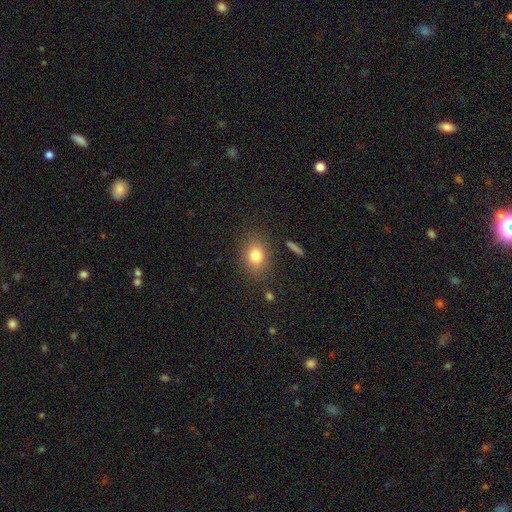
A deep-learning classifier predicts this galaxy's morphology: Smooth or featured: smooth — 80% (star or artifact — 11%)
How rounded: in between — 56% (round — 42%)
Merging: none — 83% (minor disturbance — 11%)